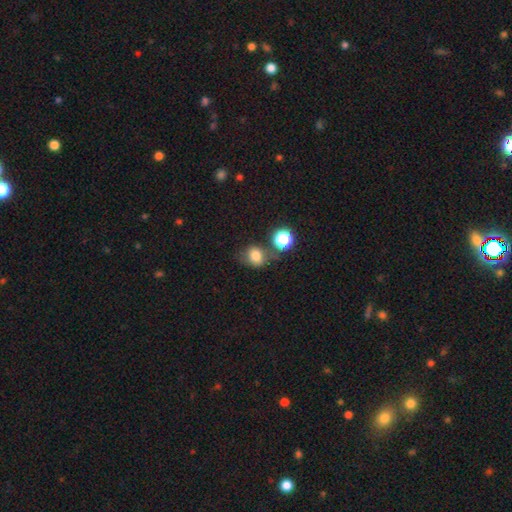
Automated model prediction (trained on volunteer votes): Smooth or featured? Predicted: smooth (p=0.78). How rounded? Predicted: round (p=0.55). Merging? Predicted: none (p=0.59).